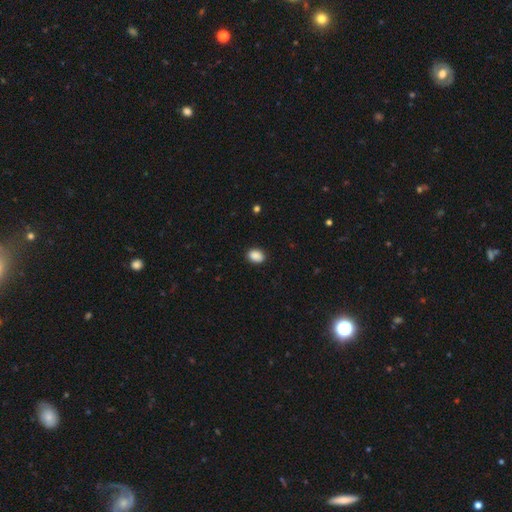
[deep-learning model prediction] Morphology: type=smooth (89%); roundness=in between (72%); merging=none (88%).